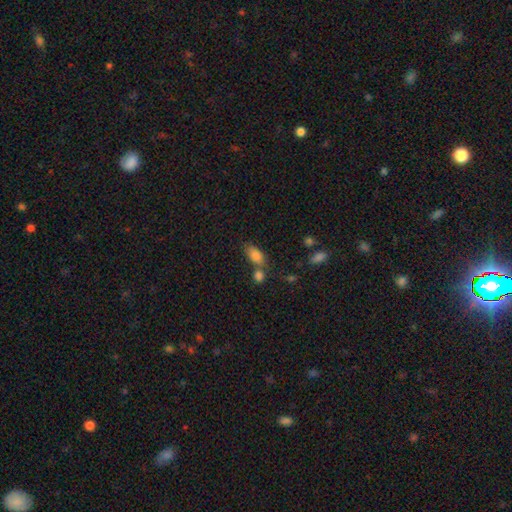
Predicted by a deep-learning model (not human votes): Smooth or featured? Predicted: smooth (p=0.84). How rounded? Predicted: in between (p=0.87). Merging? Predicted: none (p=0.51).